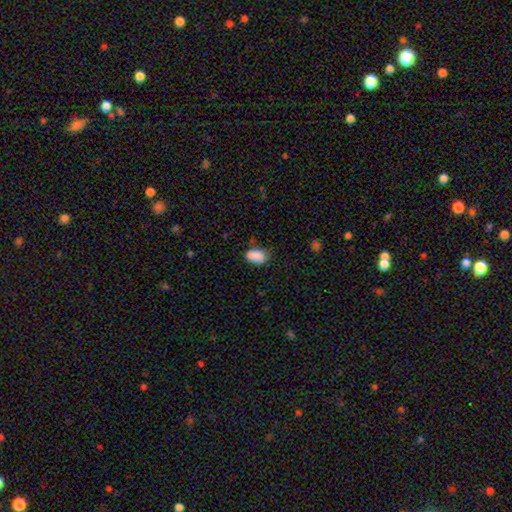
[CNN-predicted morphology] Smooth or featured? Predicted: smooth (p=0.87). How rounded? Predicted: in between (p=0.87). Merging? Predicted: none (p=0.66).